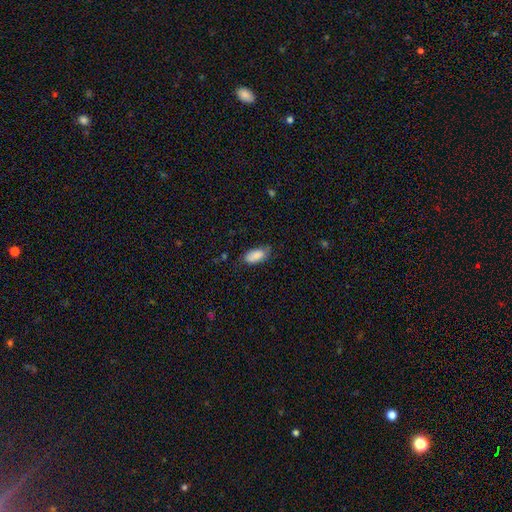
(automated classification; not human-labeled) smooth 84%, featured or disk 9%, star or artifact 7%. Down the decision tree: how rounded — in between (90%); merging — none (64%).